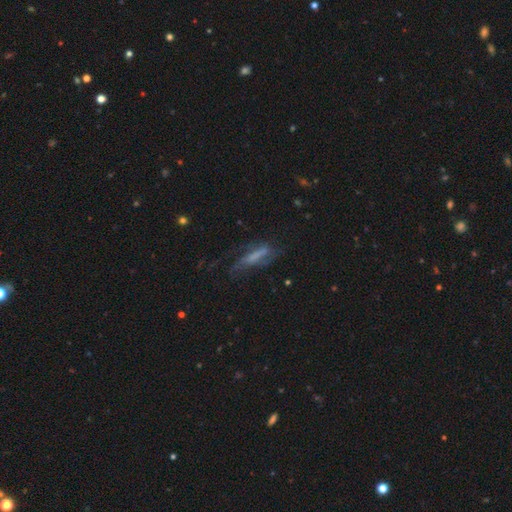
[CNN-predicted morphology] Smooth or featured? featured or disk (48%)
Merging? none (43%)